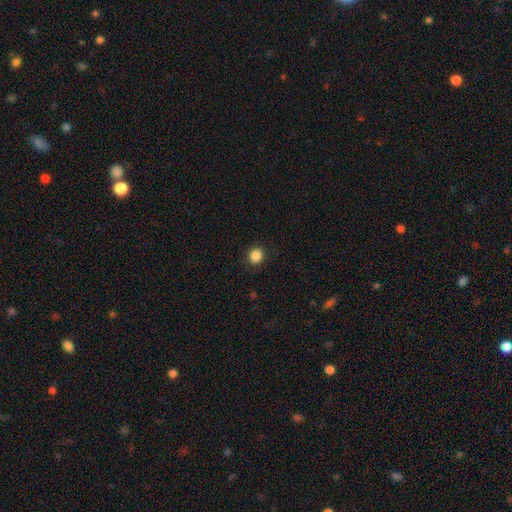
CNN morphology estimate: Smooth or featured? smooth (87%)
How rounded? round (85%)
Merging? none (90%)